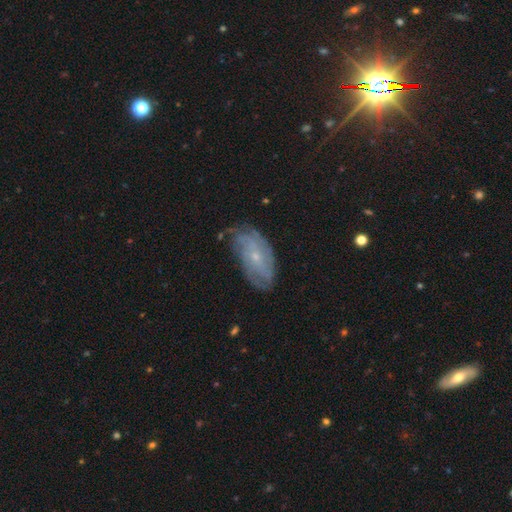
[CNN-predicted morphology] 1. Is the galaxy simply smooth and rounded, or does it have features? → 74% featured or disk, 17% smooth, 8% star or artifact.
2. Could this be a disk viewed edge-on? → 93% no, 7% yes.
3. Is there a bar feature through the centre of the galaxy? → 73% no, 23% weak, 4% strong.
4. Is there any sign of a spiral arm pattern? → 90% yes, 10% no.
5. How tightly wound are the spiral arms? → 60% tight, 30% medium, 11% loose.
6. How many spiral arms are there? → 47% can't tell, 15% 2, 14% 4, 13% 3, 6% more than 4, 5% 1.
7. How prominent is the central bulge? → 79% small, 17% moderate, 2% none, 1% large, 1% dominant.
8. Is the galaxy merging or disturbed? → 69% none, 22% minor disturbance, 7% major disturbance, 2% merger.